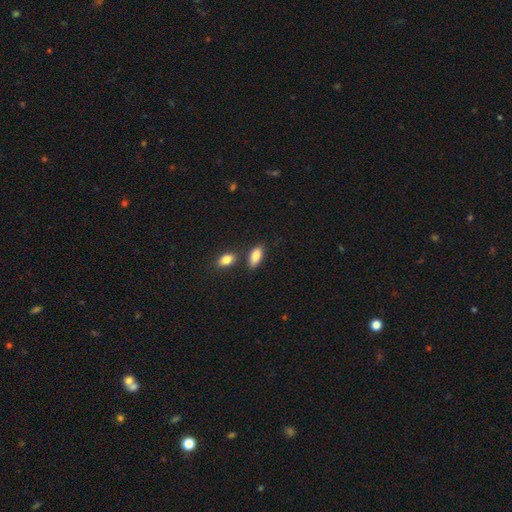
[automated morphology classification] Smooth or featured: smooth — 85% (featured or disk — 8%)
How rounded: in between — 86% (cigar-shaped — 11%)
Merging: none — 73% (minor disturbance — 13%)